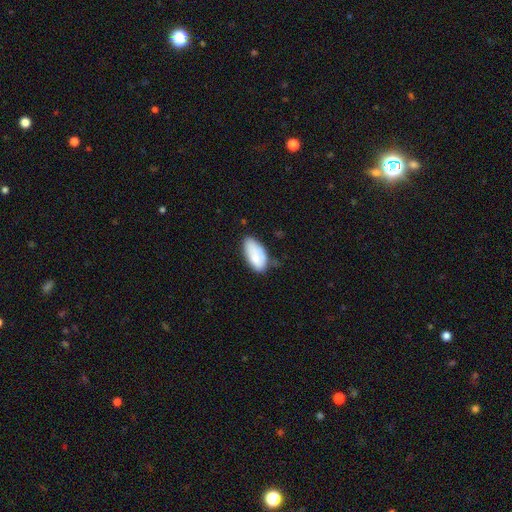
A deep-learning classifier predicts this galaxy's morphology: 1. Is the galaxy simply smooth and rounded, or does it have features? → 78% smooth, 15% featured or disk, 7% star or artifact.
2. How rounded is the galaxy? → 94% in between, 4% cigar-shaped, 2% round.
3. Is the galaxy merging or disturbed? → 55% none, 34% minor disturbance, 7% major disturbance, 4% merger.